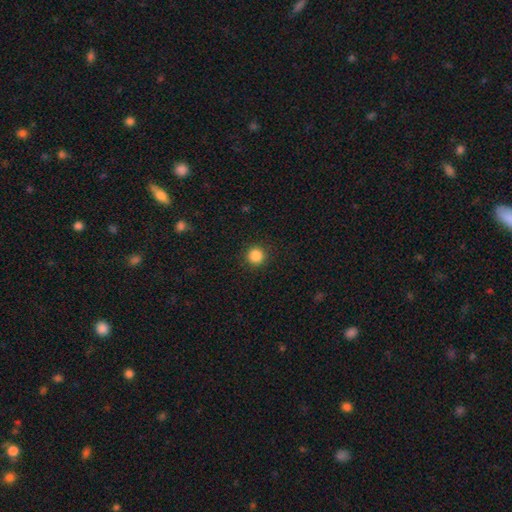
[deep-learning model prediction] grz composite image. It shows a smooth galaxy with no disk features (86%) that is round (95%). Merging: none (92%).